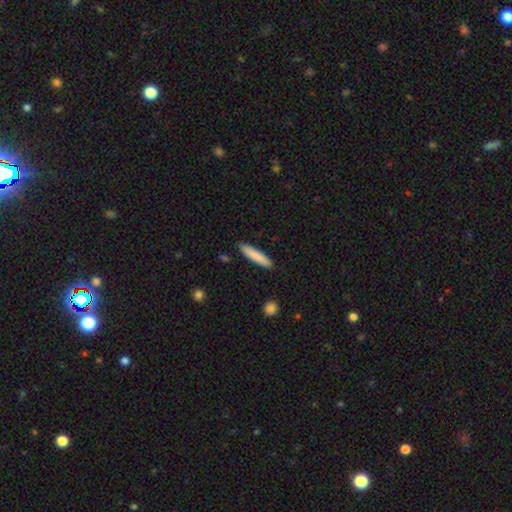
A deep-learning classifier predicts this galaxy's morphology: smooth-or-featured: smooth: 85% | featured or disk: 10% | star or artifact: 6%
  how-rounded: cigar-shaped: 87% | in between: 12% | round: 1%
  merging: none: 90% | minor disturbance: 7% | major disturbance: 2% | merger: 1%